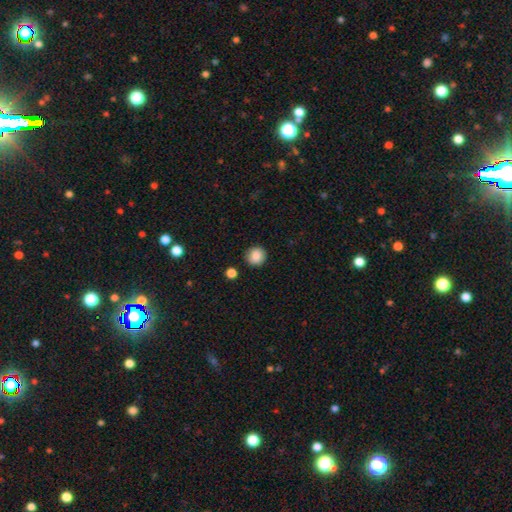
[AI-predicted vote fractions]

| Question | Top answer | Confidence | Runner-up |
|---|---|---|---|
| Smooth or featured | smooth | 86% | star or artifact (9%) |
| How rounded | round | 92% | in between (7%) |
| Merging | none | 90% | minor disturbance (6%) |